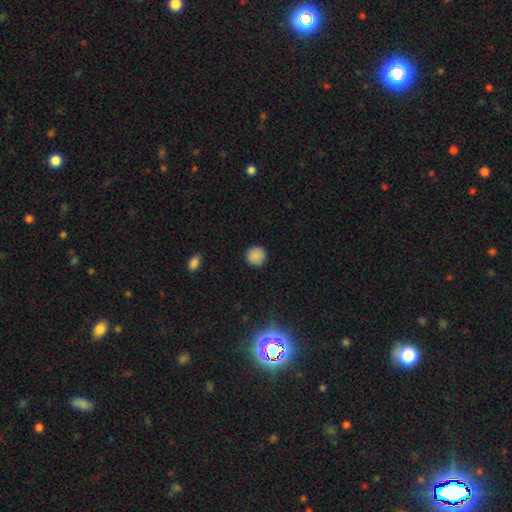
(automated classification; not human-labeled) smooth_or_featured: smooth (p=0.86) [alt: star or artifact p=0.10]
how_rounded: round (p=0.94) [alt: in between p=0.05]
merging: none (p=0.89) [alt: minor disturbance p=0.08]